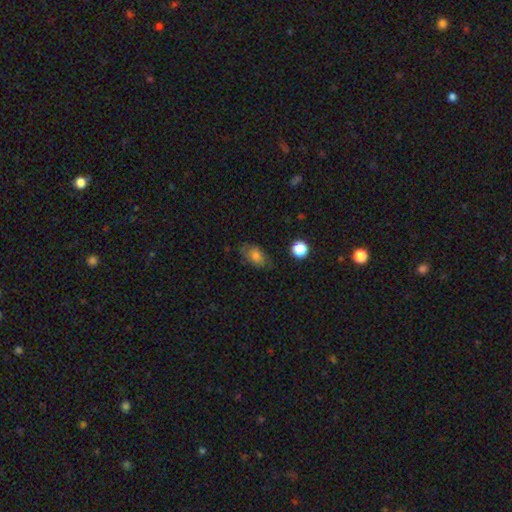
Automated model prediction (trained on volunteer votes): Q: Smooth or featured?
A: smooth (73%); runner-up: featured or disk (16%)
Q: How rounded?
A: in between (85%); runner-up: round (13%)
Q: Merging?
A: none (64%); runner-up: minor disturbance (25%)